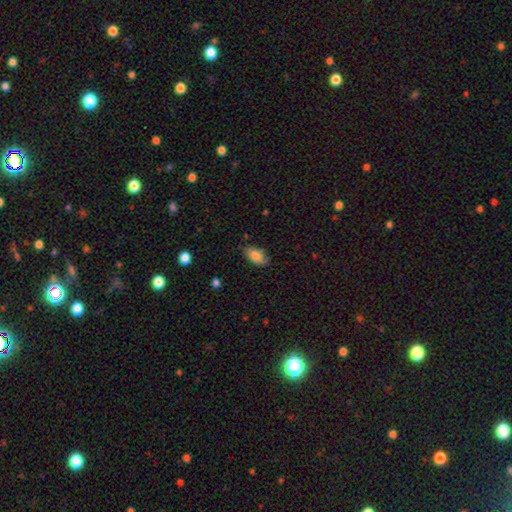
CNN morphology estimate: type=smooth (83%); roundness=in between (93%); merging=none (79%).